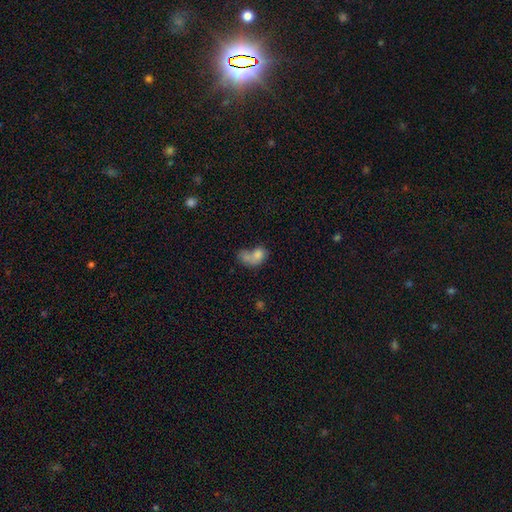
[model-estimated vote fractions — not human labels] Smooth or featured: smooth — 72% (featured or disk — 19%)
How rounded: in between — 67% (round — 32%)
Merging: merger — 60% (none — 16%)